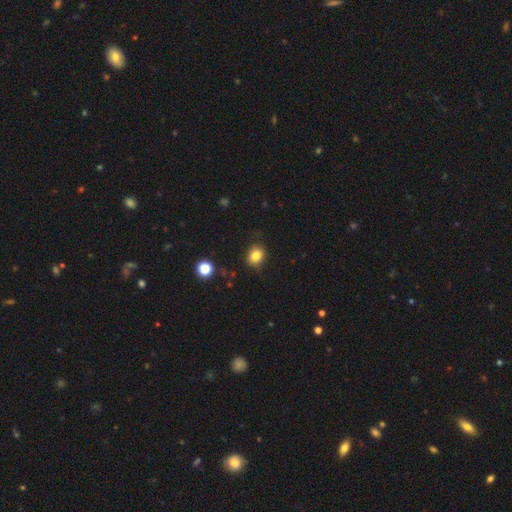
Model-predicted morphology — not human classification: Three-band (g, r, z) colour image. It shows a smooth galaxy with no disk features (83%) that is round (57%). Merging: none (82%).